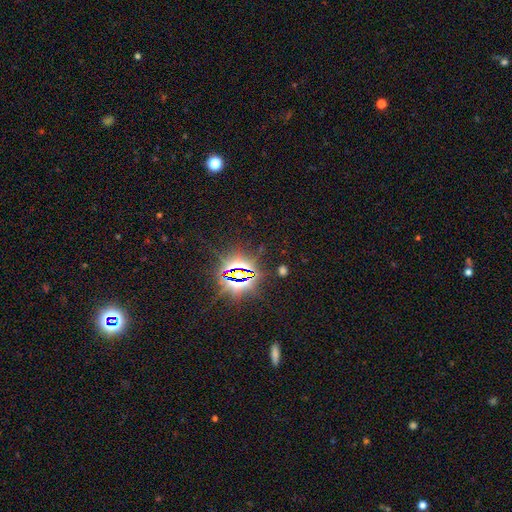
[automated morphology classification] Overall: star or artifact (84%).